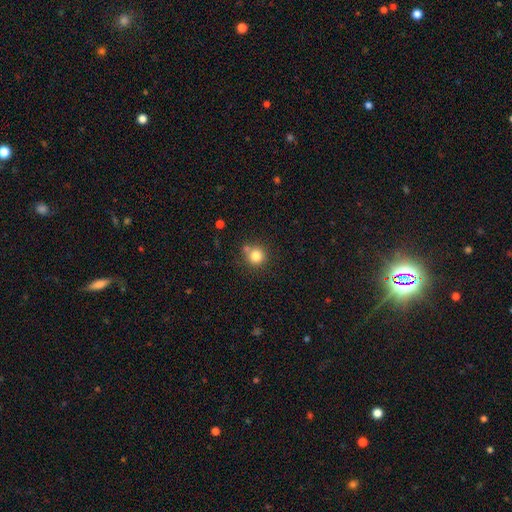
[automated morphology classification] A smooth galaxy with no disk features (81%) that is round (91%).

Vote fractions:
- Smooth or featured? smooth: 81% / star or artifact: 11% / featured or disk: 7%
- How rounded? round: 91% / in between: 8% / cigar-shaped: 1%
- Merging? none: 68% / merger: 15% / minor disturbance: 13% / major disturbance: 4%